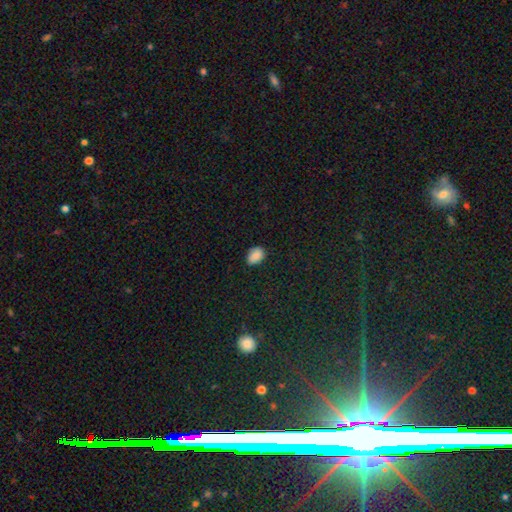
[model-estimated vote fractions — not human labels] Q: Smooth or featured?
A: smooth (87%); runner-up: star or artifact (9%)
Q: How rounded?
A: in between (83%); runner-up: round (16%)
Q: Merging?
A: none (82%); runner-up: minor disturbance (15%)